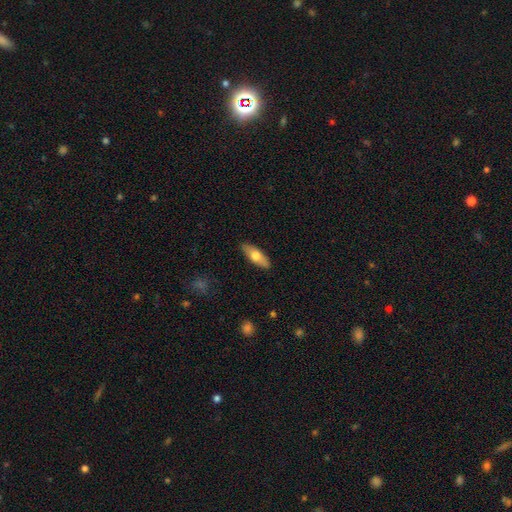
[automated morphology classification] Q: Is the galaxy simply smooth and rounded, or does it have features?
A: smooth — 63%.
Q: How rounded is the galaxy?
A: in between — 67%.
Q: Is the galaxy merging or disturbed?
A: none — 88%.